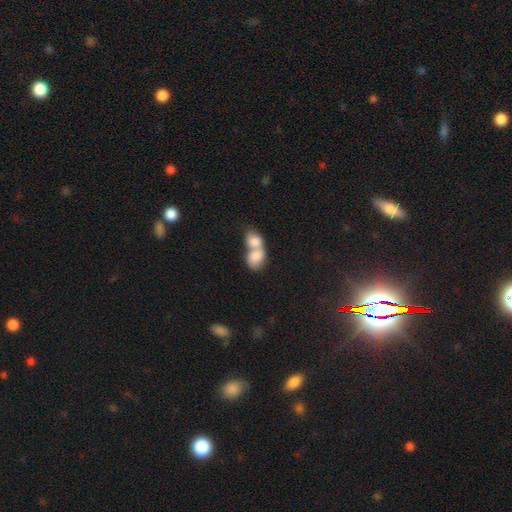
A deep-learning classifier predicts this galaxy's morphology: Smooth or featured? smooth (79%)
How rounded? in between (72%)
Merging? merger (82%)